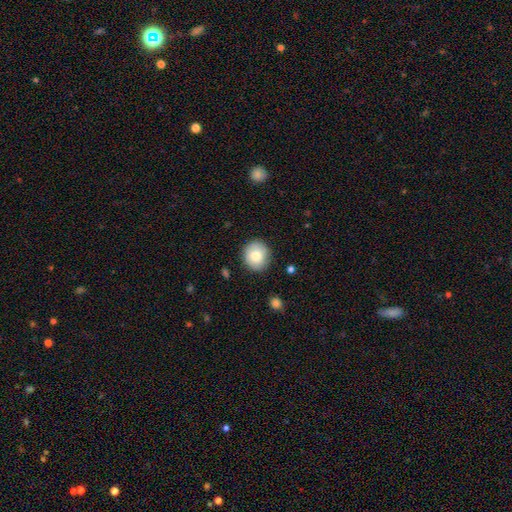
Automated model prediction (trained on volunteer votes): This is likely a smooth galaxy (77%). How rounded: clearly round (84%). Merging: clearly none (86%).